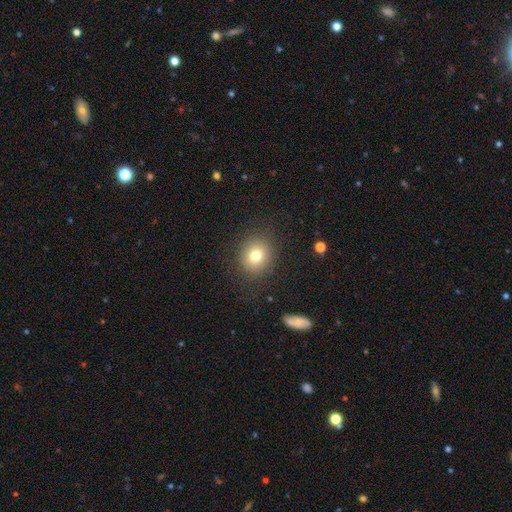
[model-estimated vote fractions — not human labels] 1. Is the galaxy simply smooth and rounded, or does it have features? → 78% smooth, 12% star or artifact, 10% featured or disk.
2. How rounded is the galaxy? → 76% round, 23% in between, 1% cigar-shaped.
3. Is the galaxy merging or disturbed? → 87% none, 8% minor disturbance, 4% major disturbance, 1% merger.